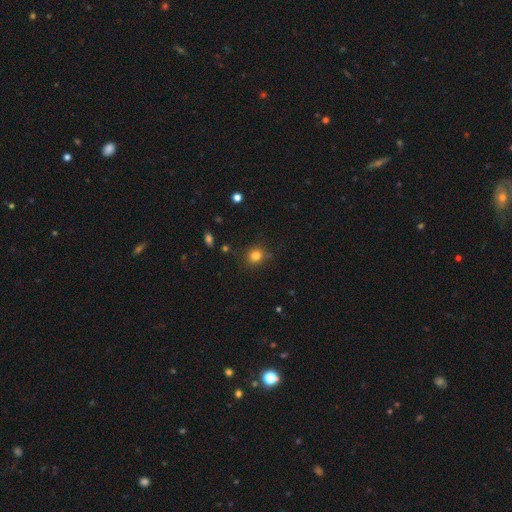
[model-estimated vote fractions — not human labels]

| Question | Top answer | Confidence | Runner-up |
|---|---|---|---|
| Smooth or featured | smooth | 81% | star or artifact (13%) |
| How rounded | round | 82% | in between (18%) |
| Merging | none | 83% | minor disturbance (12%) |